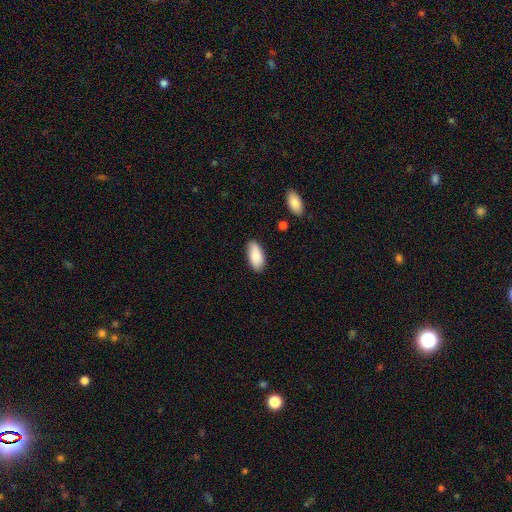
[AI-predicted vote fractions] Smooth or featured: smooth — 86% (featured or disk — 8%)
How rounded: in between — 92% (cigar-shaped — 6%)
Merging: none — 81% (minor disturbance — 14%)